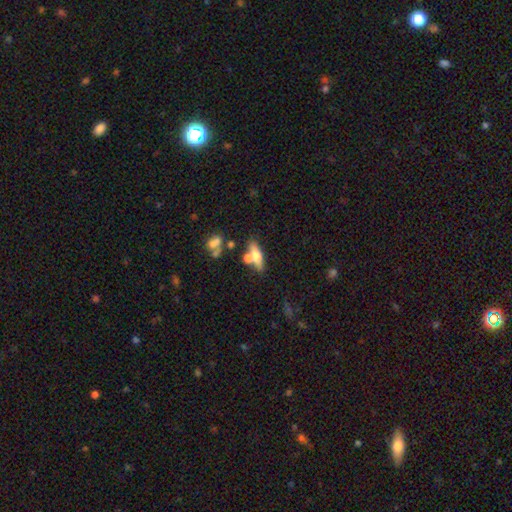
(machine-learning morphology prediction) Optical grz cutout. It shows a smooth galaxy with no disk features (55%) that is cigar-shaped (51%). Merging: none (49%).